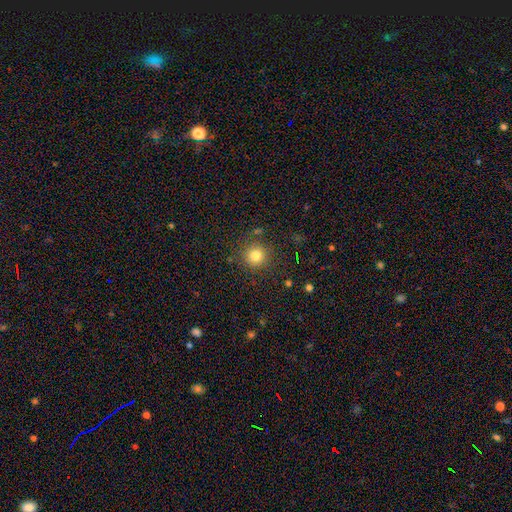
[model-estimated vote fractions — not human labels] Smooth or featured?
  - smooth: 81% *
  - star or artifact: 13%
  - featured or disk: 6%
How rounded?
  - round: 94% *
  - in between: 5%
  - cigar-shaped: 1%
Merging?
  - none: 85% *
  - minor disturbance: 8%
  - major disturbance: 3%
  - merger: 3%